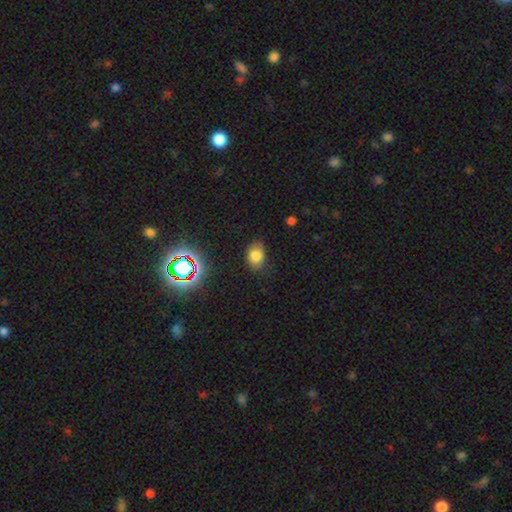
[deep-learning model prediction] A smooth galaxy with no disk features (78%) that is in between round and cigar-shaped (70%). Merging: none (74%).